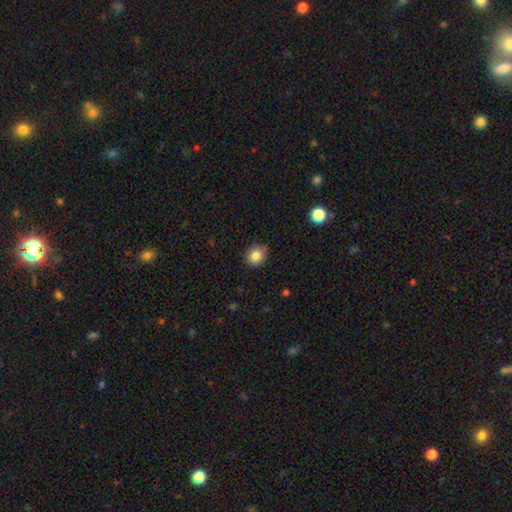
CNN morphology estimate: This appears to be a smooth galaxy with no disk features (85%) that is round (75%). Merging: none (80%).